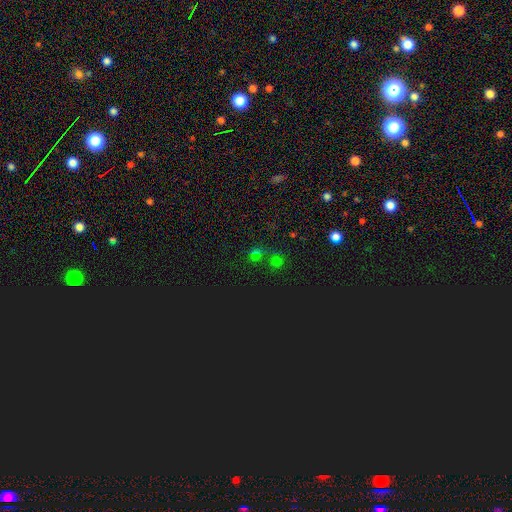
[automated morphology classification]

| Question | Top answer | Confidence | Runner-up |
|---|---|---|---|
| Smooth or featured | star or artifact | 53% | smooth (37%) |